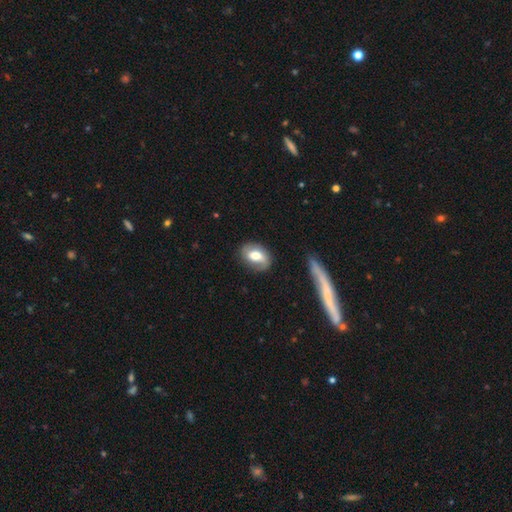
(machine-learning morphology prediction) Overall: smooth (56%; featured or disk 37%). How rounded: in between (76%). Merging: none (73%).